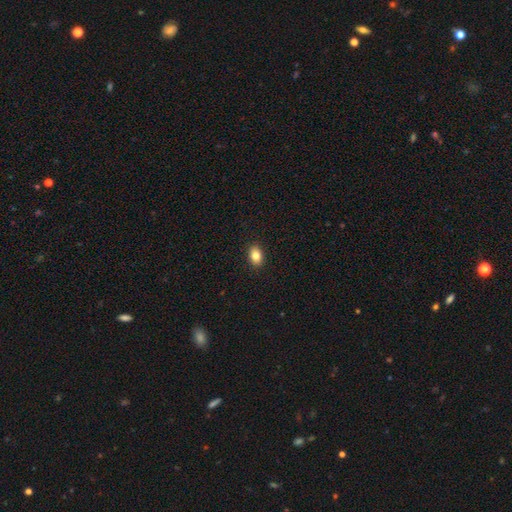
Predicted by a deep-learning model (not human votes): Overall: smooth (84%). How rounded: in between (79%). Merging: none (90%).